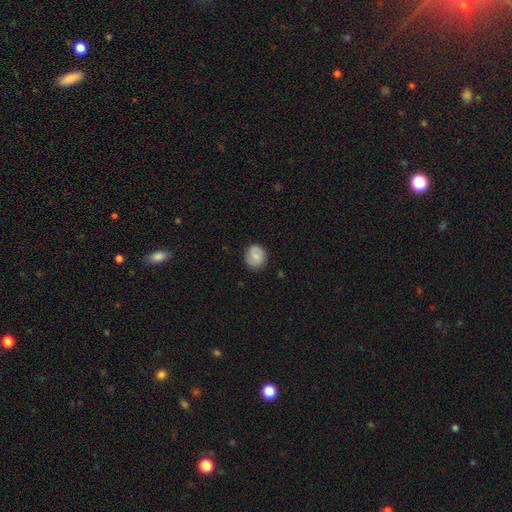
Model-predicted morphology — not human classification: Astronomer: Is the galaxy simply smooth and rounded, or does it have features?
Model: smooth — 58% (runner-up: featured or disk, 35%).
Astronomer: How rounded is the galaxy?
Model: round — 77%.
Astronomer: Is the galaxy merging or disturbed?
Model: none — 80%.